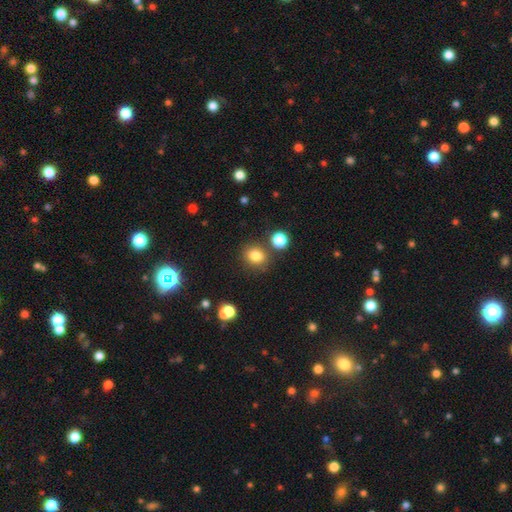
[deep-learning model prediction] Smooth or featured? smooth (81%)
How rounded? round (68%)
Merging? none (78%)